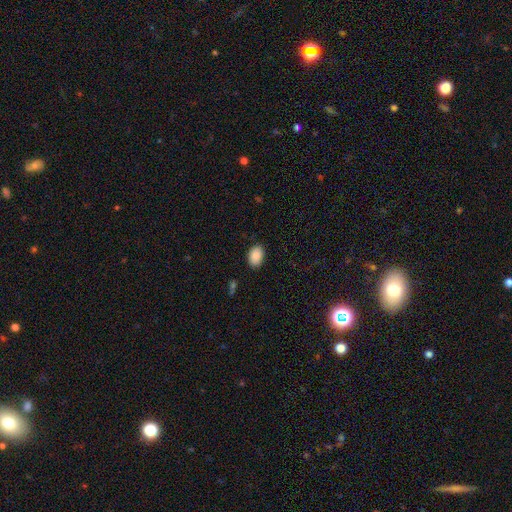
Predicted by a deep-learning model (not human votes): smooth_or_featured: smooth (p=0.88) [alt: star or artifact p=0.07]
how_rounded: in between (p=0.88) [alt: round p=0.11]
merging: none (p=0.88) [alt: minor disturbance p=0.09]